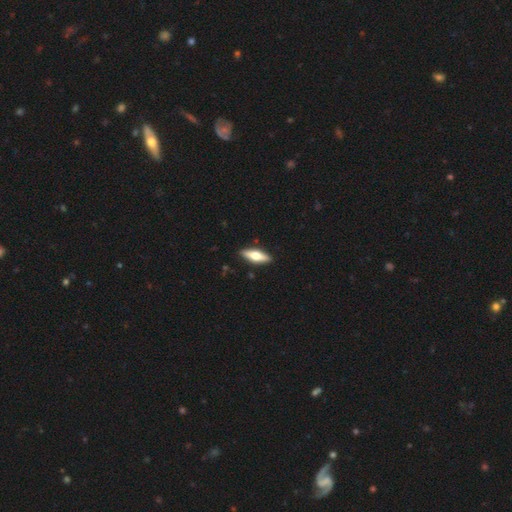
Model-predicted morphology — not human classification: Smooth or featured: smooth — 50% (featured or disk — 44%)
How rounded: in between — 51% (cigar-shaped — 47%)
Merging: none — 90% (minor disturbance — 8%)